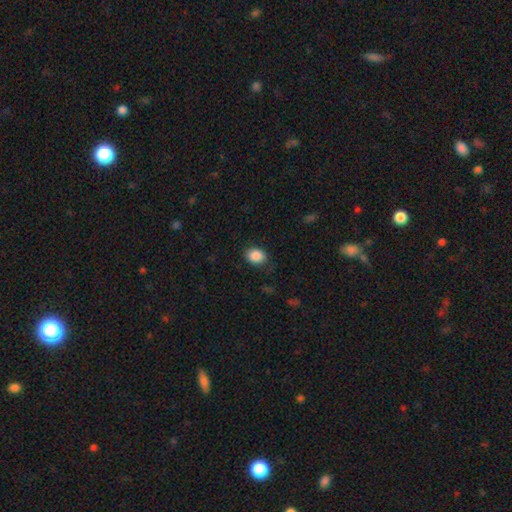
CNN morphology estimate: Smooth or featured?
  - smooth: 88% *
  - star or artifact: 8%
  - featured or disk: 4%
How rounded?
  - in between: 67% *
  - round: 32%
  - cigar-shaped: 1%
Merging?
  - none: 81% *
  - minor disturbance: 14%
  - major disturbance: 4%
  - merger: 1%